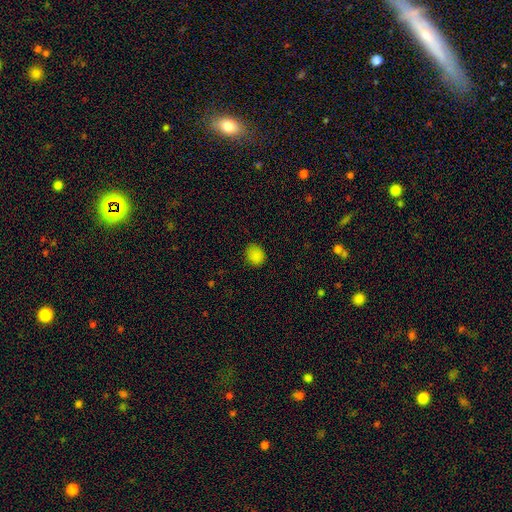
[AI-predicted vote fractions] The model was most divided on "how rounded": round: 60%, in between: 39%, cigar-shaped: 1%. More confident: merging — none (84%); smooth or featured — smooth (84%).